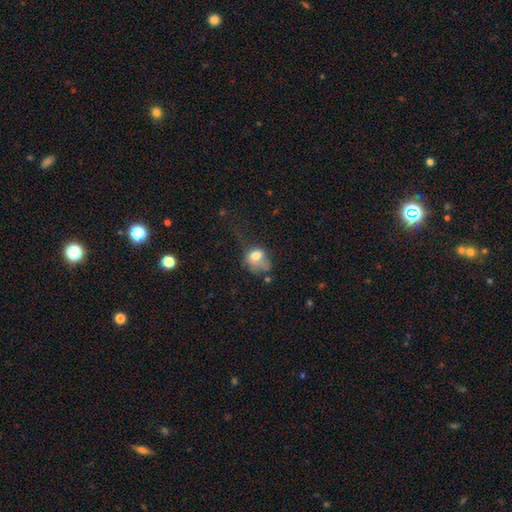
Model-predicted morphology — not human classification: Q: Smooth or featured?
A: smooth (69%); runner-up: featured or disk (19%)
Q: How rounded?
A: in between (54%); runner-up: round (45%)
Q: Merging?
A: major disturbance (41%); runner-up: minor disturbance (26%)